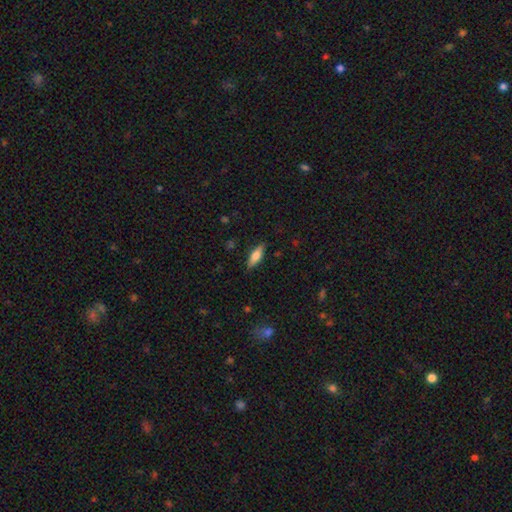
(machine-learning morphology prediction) This appears to be a smooth galaxy with no disk features (71%) that is in between round and cigar-shaped (56%). Merging: none (85%).